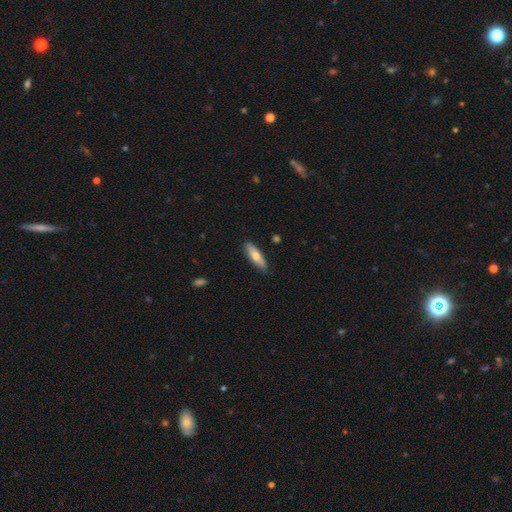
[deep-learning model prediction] smooth-or-featured: smooth: 73% | featured or disk: 21% | star or artifact: 6%
  how-rounded: cigar-shaped: 57% | in between: 41% | round: 2%
  merging: none: 84% | minor disturbance: 13% | major disturbance: 2% | merger: 1%